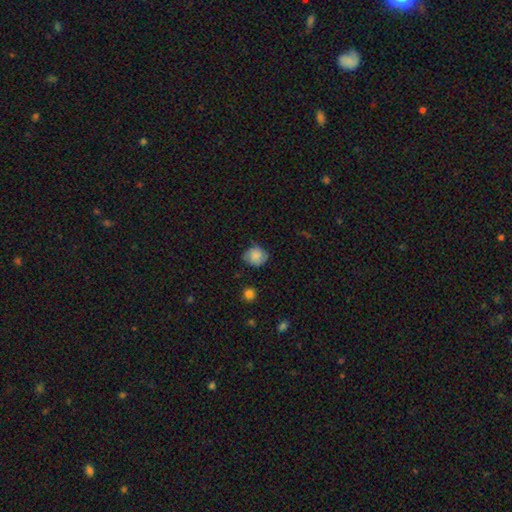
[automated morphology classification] This appears to be a smooth galaxy with no disk features (78%) that is round (73%). Merging: none (68%).